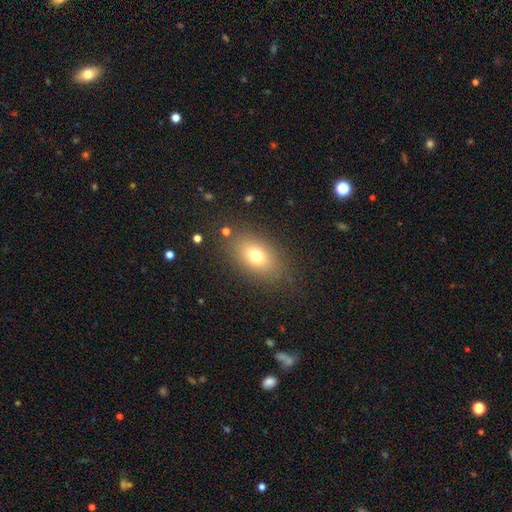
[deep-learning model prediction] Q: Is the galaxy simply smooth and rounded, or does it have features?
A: smooth — 73%.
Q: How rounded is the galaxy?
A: in between — 80%.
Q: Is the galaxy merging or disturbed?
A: none — 82%.